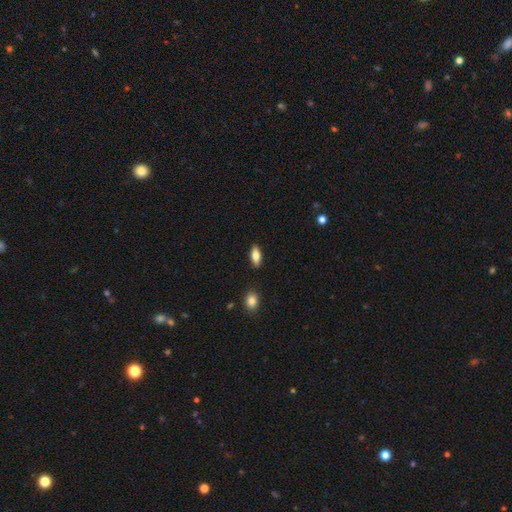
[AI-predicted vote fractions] Smooth or featured?
  - smooth: 75% *
  - featured or disk: 18%
  - star or artifact: 7%
How rounded?
  - in between: 79% *
  - cigar-shaped: 18%
  - round: 3%
Merging?
  - none: 87% *
  - minor disturbance: 9%
  - major disturbance: 2%
  - merger: 2%